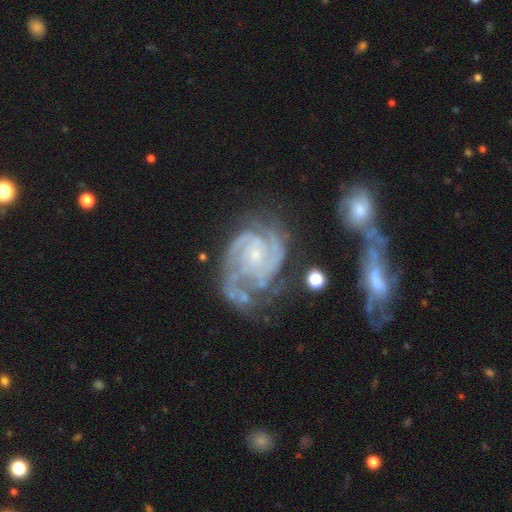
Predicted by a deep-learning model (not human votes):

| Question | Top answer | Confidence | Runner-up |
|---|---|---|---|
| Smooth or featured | featured or disk | 91% | star or artifact (5%) |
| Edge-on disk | no | 98% | yes (2%) |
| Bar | no | 64% | weak (28%) |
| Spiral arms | yes | 98% | no (2%) |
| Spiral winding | tight | 64% | medium (31%) |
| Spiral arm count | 3 | 32% | 2 (30%) |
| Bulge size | small | 76% | moderate (16%) |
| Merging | none | 47% | minor disturbance (22%) |